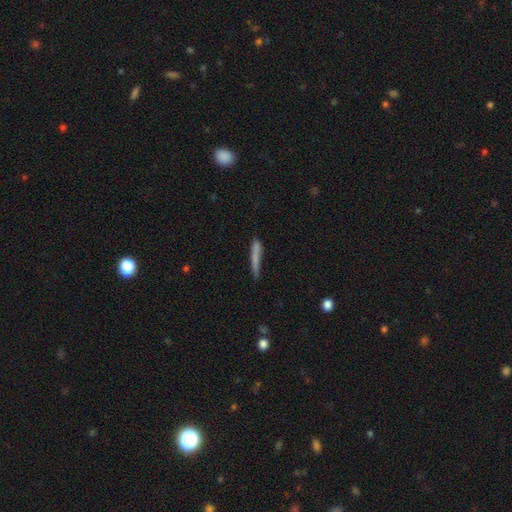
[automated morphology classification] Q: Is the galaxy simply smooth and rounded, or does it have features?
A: smooth — 76%.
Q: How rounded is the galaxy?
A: cigar-shaped — 94%.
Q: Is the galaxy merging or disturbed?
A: none — 69%.